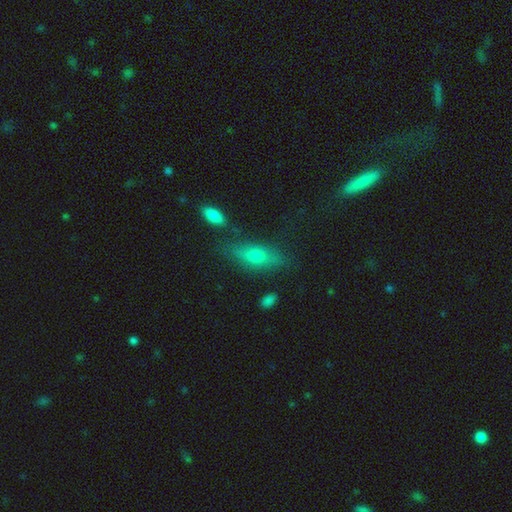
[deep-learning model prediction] Smooth or featured? Predicted: smooth (p=0.62). How rounded? Predicted: in between (p=0.66). Merging? Predicted: none (p=0.68).